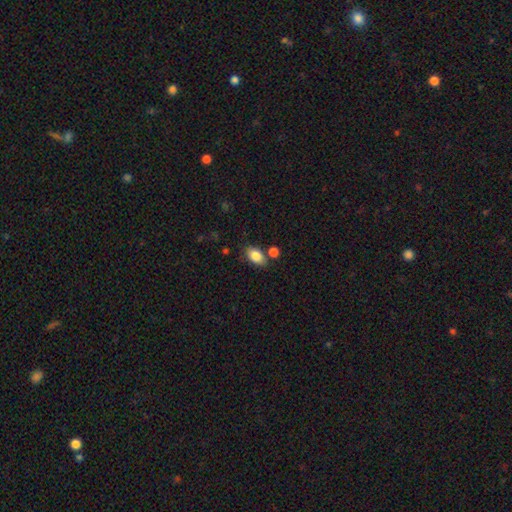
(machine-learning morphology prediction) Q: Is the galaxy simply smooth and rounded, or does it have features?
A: smooth — 86%.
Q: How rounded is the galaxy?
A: in between — 87%.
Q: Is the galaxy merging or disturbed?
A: none — 69%.